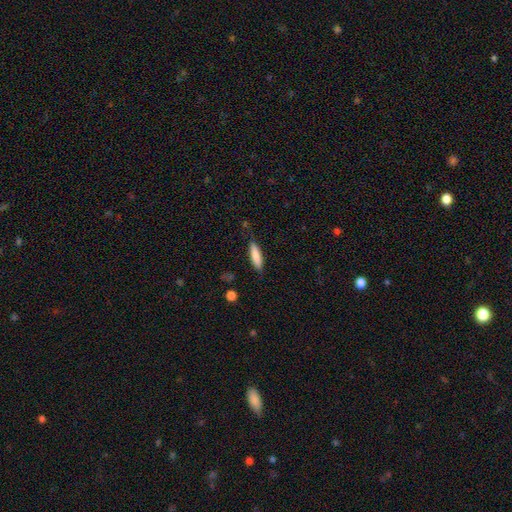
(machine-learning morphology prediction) This appears to be a smooth galaxy with no disk features (81%) that is cigar-shaped (65%). Merging: none (80%).